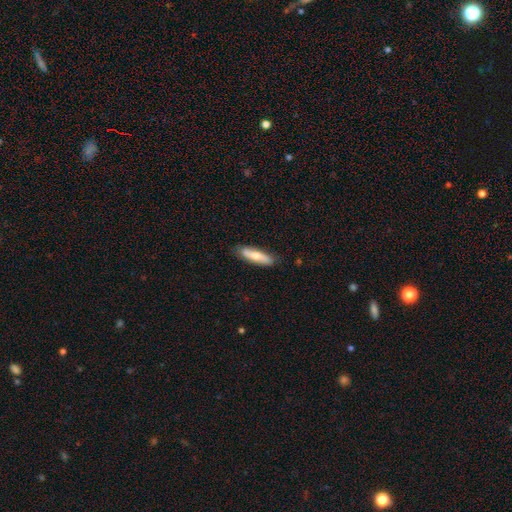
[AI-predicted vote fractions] This is likely a smooth galaxy (66%). How rounded: likely cigar-shaped (66%). Merging: clearly none (82%).